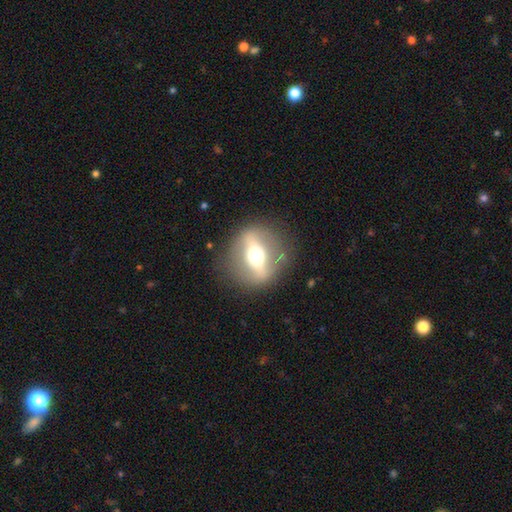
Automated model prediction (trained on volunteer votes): Morphology: type=featured or disk (69%); edge-on=no (55%); merging=none (83%).